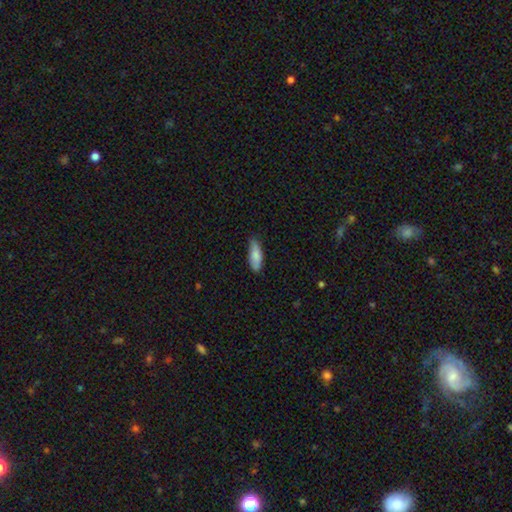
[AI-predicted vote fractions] smooth_or_featured: smooth (p=0.83) [alt: featured or disk p=0.11]
how_rounded: in between (p=0.69) [alt: cigar-shaped p=0.29]
merging: none (p=0.73) [alt: minor disturbance p=0.22]